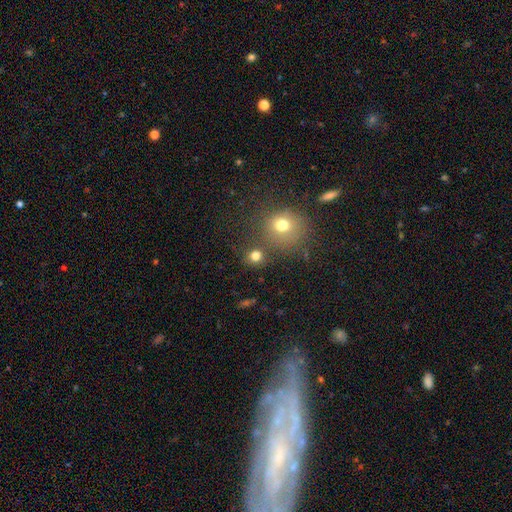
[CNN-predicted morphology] Smooth or featured? smooth (77%)
How rounded? round (86%)
Merging? none (73%)